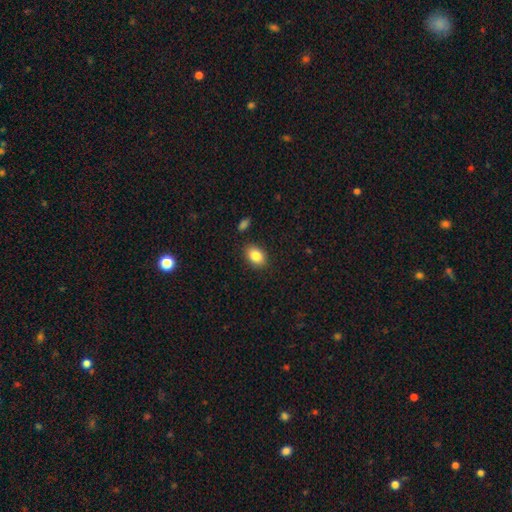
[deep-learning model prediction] This is clearly a smooth galaxy (86%). How rounded: likely in between (79%). Merging: clearly none (86%).